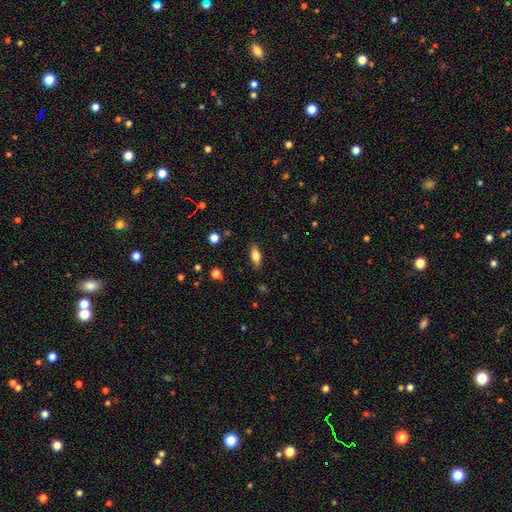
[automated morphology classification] smooth 79%, featured or disk 14%, star or artifact 8%. Down the decision tree: how rounded — in between (82%); merging — none (85%).